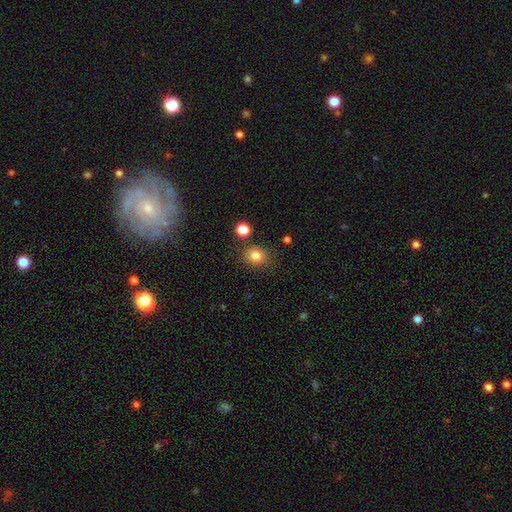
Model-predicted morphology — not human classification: type=smooth (83%); roundness=round (68%); merging=none (80%).